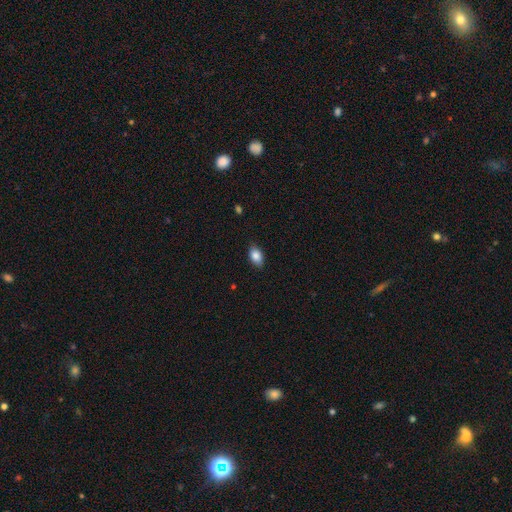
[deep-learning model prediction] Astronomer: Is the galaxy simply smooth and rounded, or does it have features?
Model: smooth — 84%.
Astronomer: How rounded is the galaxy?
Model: in between — 88%.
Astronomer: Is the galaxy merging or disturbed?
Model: none — 82%.